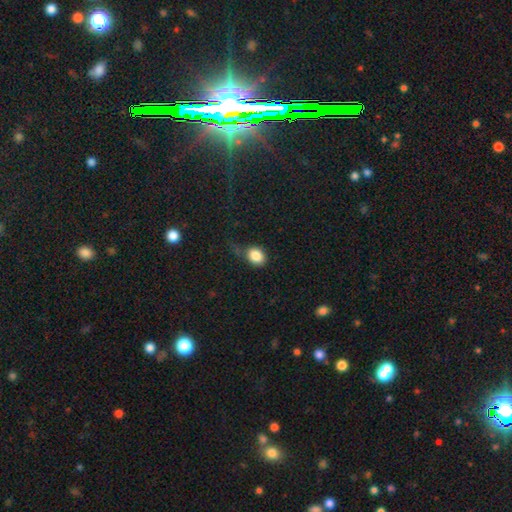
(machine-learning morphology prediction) This is clearly a smooth galaxy (84%). How rounded: possibly round (52%). Merging: possibly none (57%).